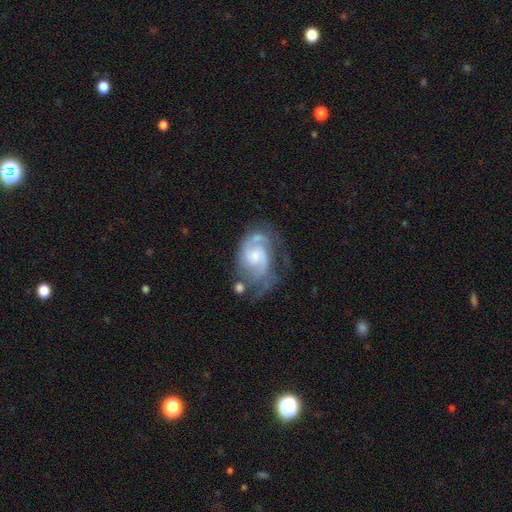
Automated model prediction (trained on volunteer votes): smooth_or_featured: featured or disk (p=0.85) [alt: smooth p=0.10]
disk_edge_on: no (p=0.98) [alt: yes p=0.02]
bar: no (p=0.56) [alt: weak p=0.38]
has_spiral_arms: yes (p=0.95) [alt: no p=0.05]
spiral_winding: medium (p=0.48) [alt: tight p=0.38]
spiral_arm_count: 2 (p=0.64) [alt: can't tell p=0.14]
bulge_size: small (p=0.53) [alt: moderate p=0.35]
merging: none (p=0.47) [alt: minor disturbance p=0.25]